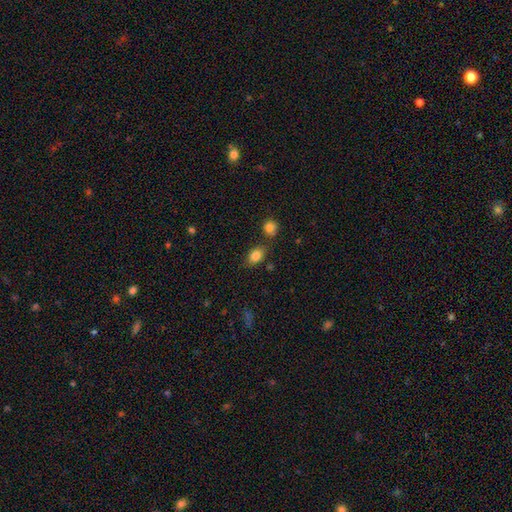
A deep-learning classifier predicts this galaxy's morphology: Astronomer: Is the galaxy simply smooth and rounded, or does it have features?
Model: smooth — 84%.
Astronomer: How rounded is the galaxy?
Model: in between — 80%.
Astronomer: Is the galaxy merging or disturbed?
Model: none — 74%.